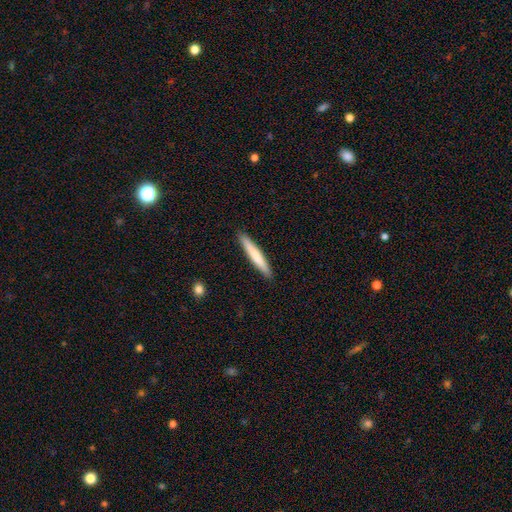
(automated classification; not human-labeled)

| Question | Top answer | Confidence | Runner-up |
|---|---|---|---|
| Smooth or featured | smooth | 72% | featured or disk (23%) |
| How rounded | cigar-shaped | 95% | in between (4%) |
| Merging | none | 91% | minor disturbance (7%) |